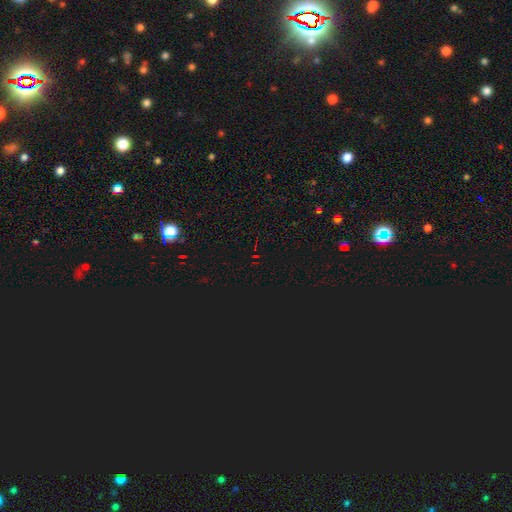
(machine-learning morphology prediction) A star or artifact, not a galaxy (79%).

Vote fractions:
- Smooth or featured? star or artifact: 79% / smooth: 13% / featured or disk: 8%